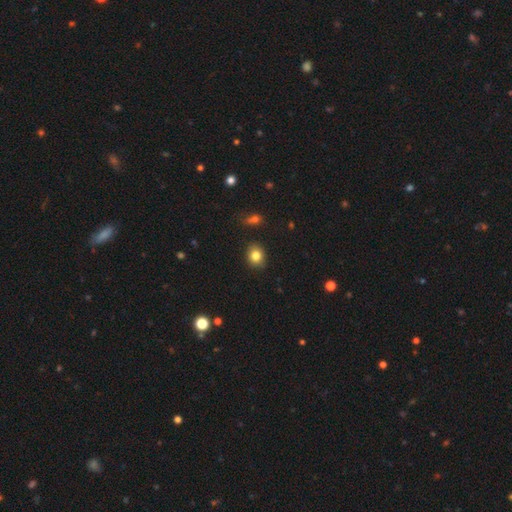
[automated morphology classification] This is clearly a smooth galaxy (82%). How rounded: likely round (69%). Merging: clearly none (87%).